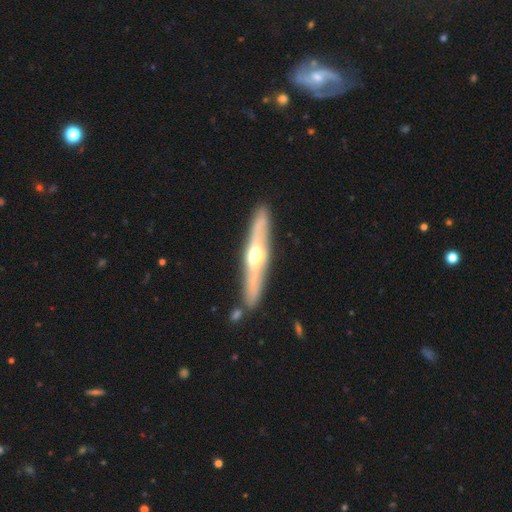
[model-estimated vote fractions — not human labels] Smooth or featured? Predicted: featured or disk (p=0.63). Edge-on disk? Predicted: yes (p=0.87). Edge-on bulge? Predicted: rounded (p=0.90). Merging? Predicted: none (p=0.85).